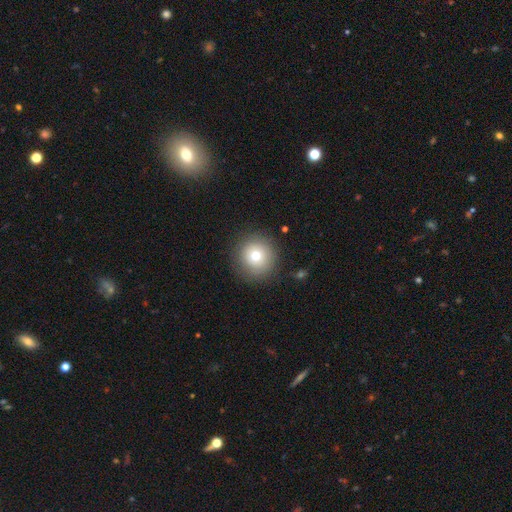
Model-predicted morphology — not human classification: A smooth galaxy with no disk features (72%) that is round (95%).

Vote fractions:
- Smooth or featured? smooth: 72% / featured or disk: 15% / star or artifact: 13%
- How rounded? round: 95% / in between: 4% / cigar-shaped: 1%
- Merging? none: 87% / minor disturbance: 8% / major disturbance: 3% / merger: 1%